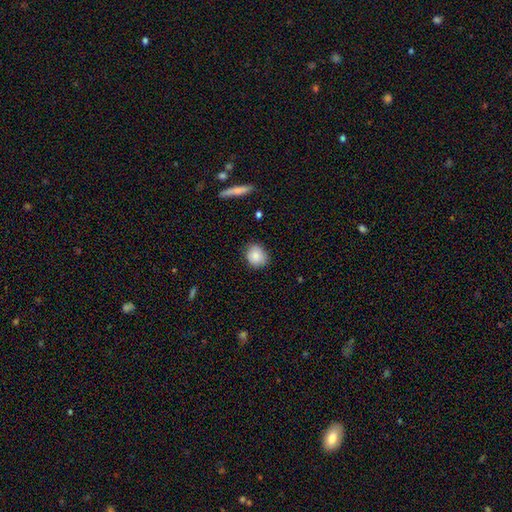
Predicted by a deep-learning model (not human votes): Overall: smooth (85%). How rounded: round (77%). Merging: none (81%).